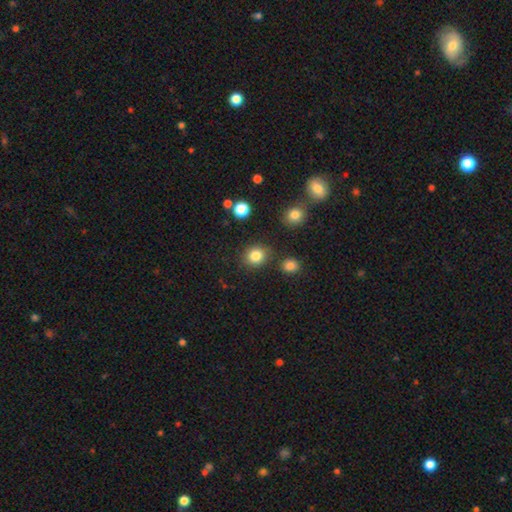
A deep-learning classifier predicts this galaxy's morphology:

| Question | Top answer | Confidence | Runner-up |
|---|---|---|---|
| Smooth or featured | smooth | 84% | star or artifact (11%) |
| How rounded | round | 78% | in between (21%) |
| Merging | none | 83% | minor disturbance (9%) |